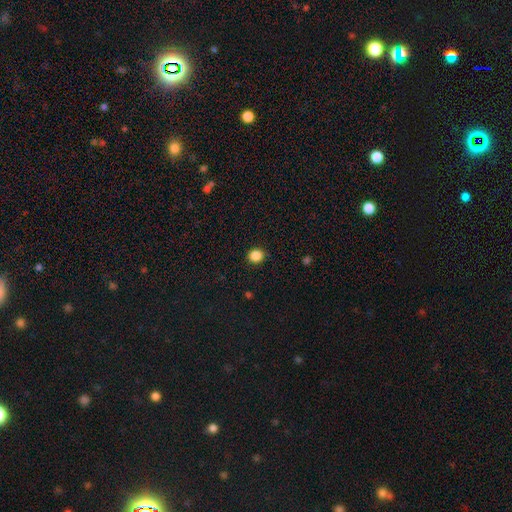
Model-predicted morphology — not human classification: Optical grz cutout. It shows a smooth galaxy with no disk features (86%) that is round (85%). Merging: none (91%).